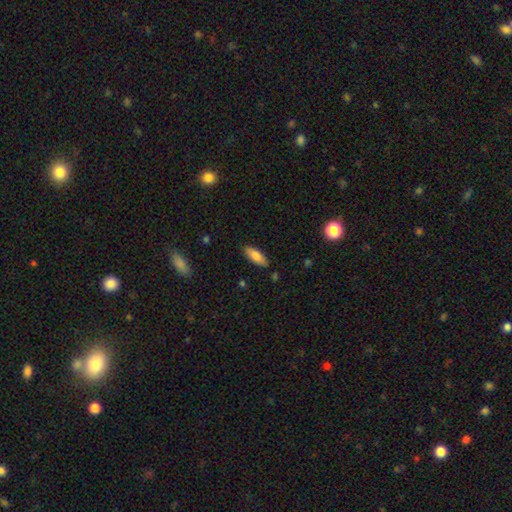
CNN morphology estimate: The model was most divided on "how rounded": in between: 68%, cigar-shaped: 30%, round: 2%. More confident: merging — none (85%); smooth or featured — smooth (81%).